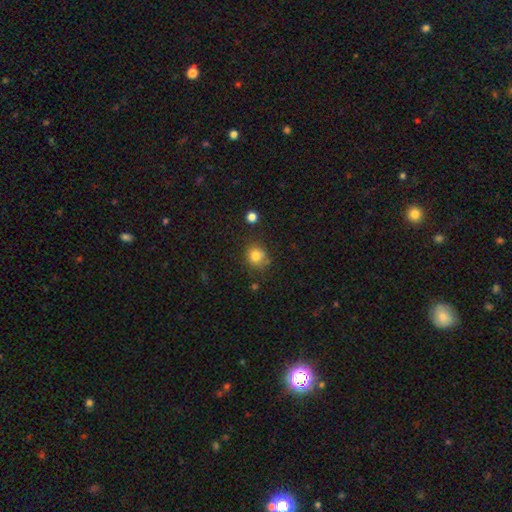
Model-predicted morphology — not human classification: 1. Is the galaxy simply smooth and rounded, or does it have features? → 81% smooth, 12% star or artifact, 7% featured or disk.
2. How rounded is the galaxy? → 80% round, 19% in between, 1% cigar-shaped.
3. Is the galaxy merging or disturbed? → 73% none, 17% minor disturbance, 6% merger, 5% major disturbance.